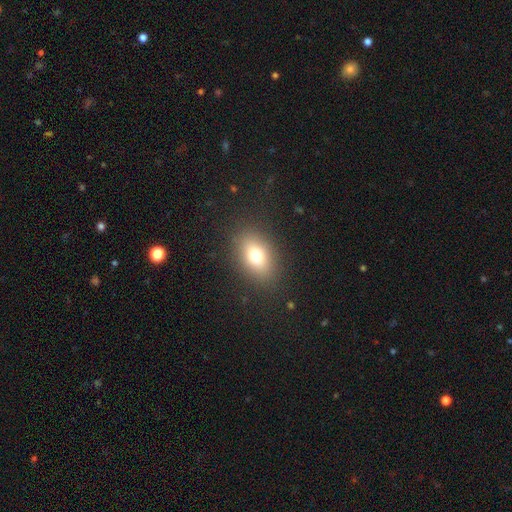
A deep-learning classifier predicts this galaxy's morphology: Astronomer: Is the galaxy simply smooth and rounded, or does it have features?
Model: smooth — 75%.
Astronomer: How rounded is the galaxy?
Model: in between — 80%.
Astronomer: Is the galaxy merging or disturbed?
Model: none — 86%.